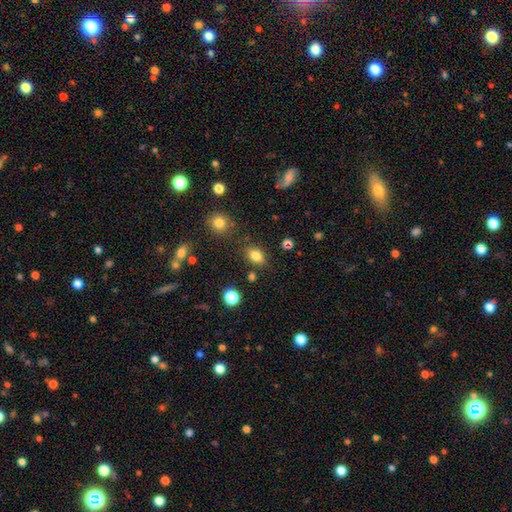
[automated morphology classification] Smooth or featured? smooth (81%)
How rounded? in between (75%)
Merging? none (80%)